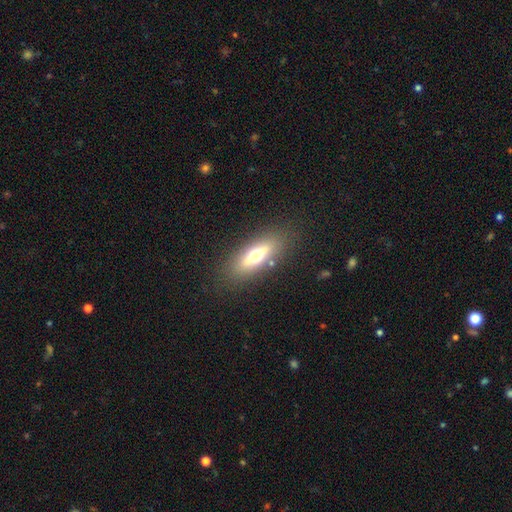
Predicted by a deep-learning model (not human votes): The model was most divided on "smooth or featured": smooth: 50%, featured or disk: 40%, star or artifact: 9%. More confident: merging — none (83%); how rounded — in between (59%).